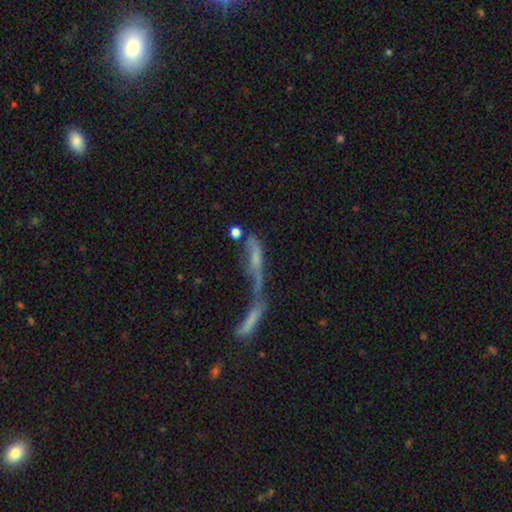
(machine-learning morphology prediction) Overall: featured or disk (46%; smooth 40%). Merging: merger (67%).